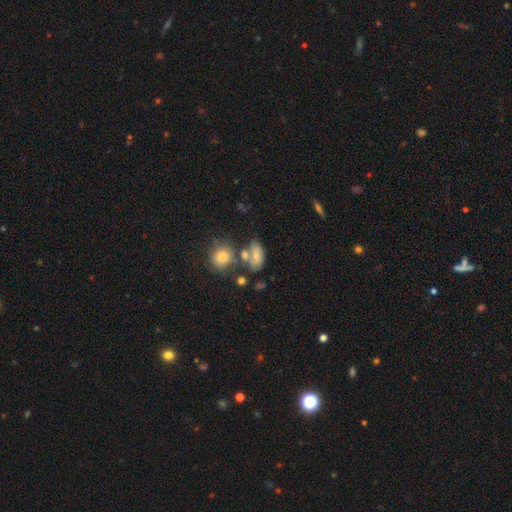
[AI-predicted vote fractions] smooth_or_featured: smooth (p=0.72) [alt: featured or disk p=0.17]
how_rounded: in between (p=0.84) [alt: round p=0.13]
merging: none (p=0.39) [alt: merger p=0.31]